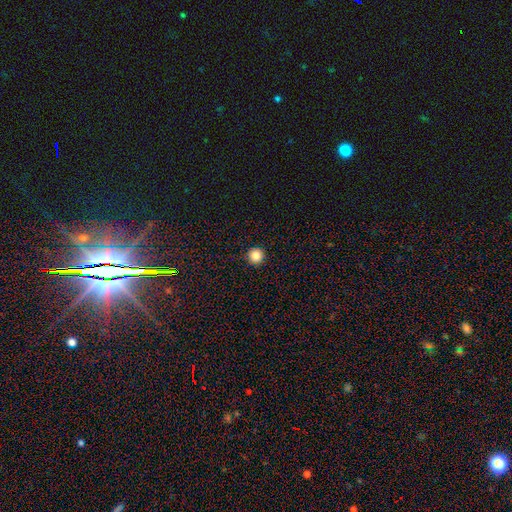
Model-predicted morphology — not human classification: The model was most divided on "smooth or featured": smooth: 85%, star or artifact: 11%, featured or disk: 4%. More confident: how rounded — round (96%); merging — none (93%).